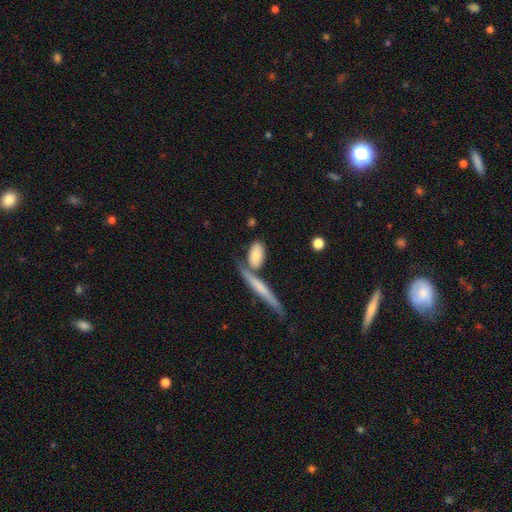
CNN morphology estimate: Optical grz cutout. It shows a smooth galaxy with no disk features (73%) that is in between round and cigar-shaped (73%). Merging: none (50%).